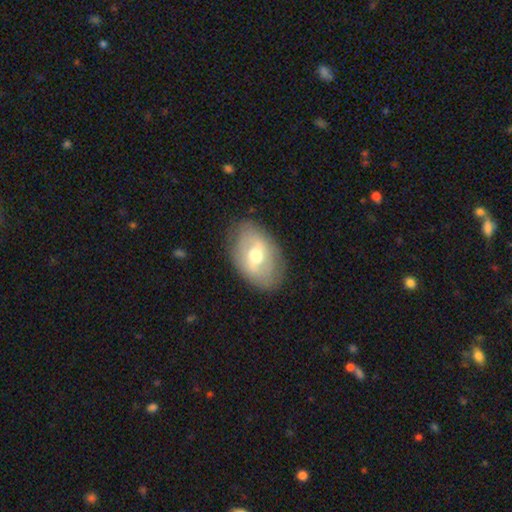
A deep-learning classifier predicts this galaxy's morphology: The model was most divided on "smooth or featured": featured or disk: 53%, smooth: 40%, star or artifact: 7%. More confident: edge-on disk — no (90%); merging — none (80%).